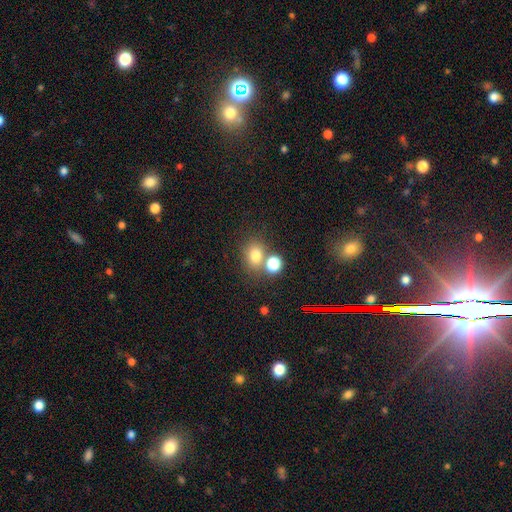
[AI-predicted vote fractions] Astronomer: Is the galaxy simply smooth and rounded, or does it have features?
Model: smooth — 75%.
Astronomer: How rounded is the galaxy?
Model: round — 60% (runner-up: in between, 39%).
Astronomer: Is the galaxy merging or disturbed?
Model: none — 60%.